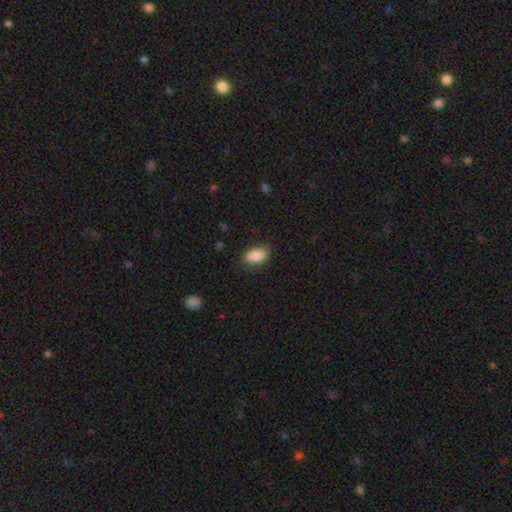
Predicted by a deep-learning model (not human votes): The model was most divided on "merging": none: 76%, minor disturbance: 18%, major disturbance: 4%, merger: 1%. More confident: how rounded — in between (91%); smooth or featured — smooth (84%).